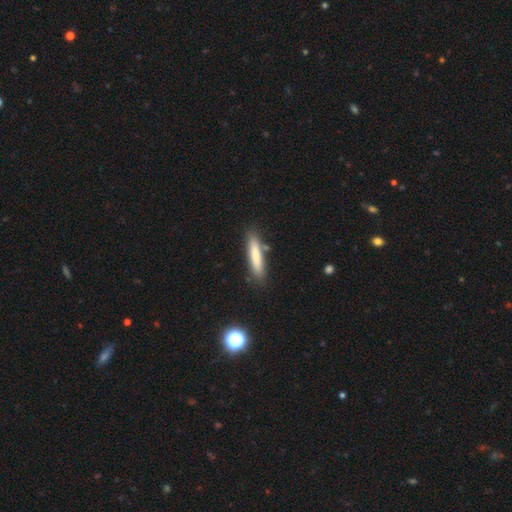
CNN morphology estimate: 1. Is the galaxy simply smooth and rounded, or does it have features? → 74% smooth, 20% featured or disk, 6% star or artifact.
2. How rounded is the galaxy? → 84% cigar-shaped, 15% in between, 1% round.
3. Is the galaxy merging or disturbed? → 81% none, 12% minor disturbance, 5% merger, 3% major disturbance.